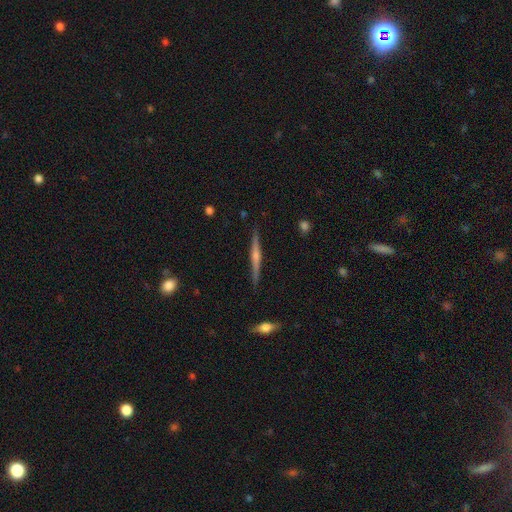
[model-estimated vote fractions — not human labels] Smooth or featured?
  - featured or disk: 77% *
  - smooth: 16%
  - star or artifact: 7%
Edge-on disk?
  - yes: 98% *
  - no: 2%
Edge-on bulge?
  - rounded: 81% *
  - none: 12%
  - boxy: 7%
Merging?
  - none: 89% *
  - minor disturbance: 8%
  - major disturbance: 1%
  - merger: 1%